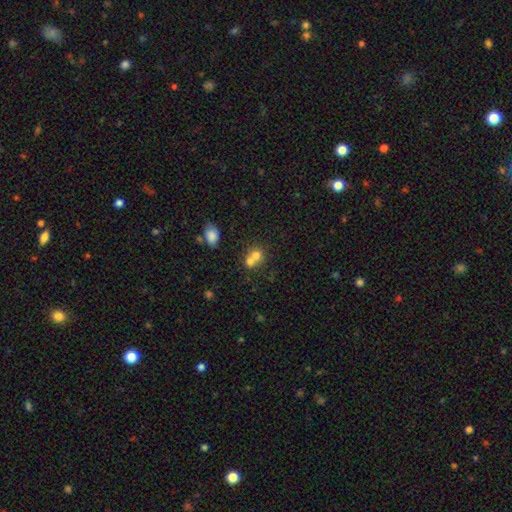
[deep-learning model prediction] The model was most divided on "merging": merger: 64%, none: 28%, minor disturbance: 6%, major disturbance: 3%. More confident: how rounded — round (74%); smooth or featured — smooth (72%).